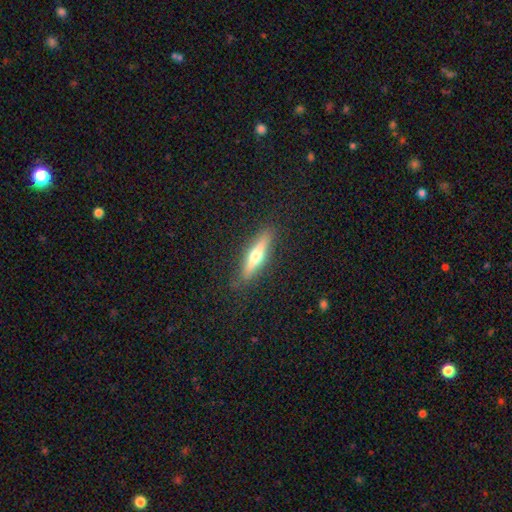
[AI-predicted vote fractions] Morphology: type=featured or disk (55%); edge-on=yes (94%); edge-on bulge=rounded (91%); merging=none (88%).